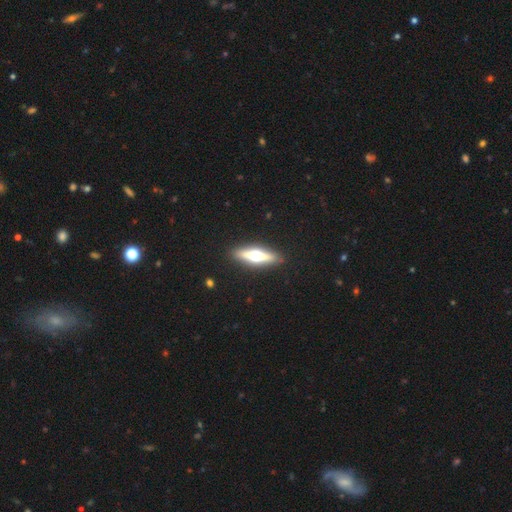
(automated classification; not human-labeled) The model was most divided on "smooth or featured": featured or disk: 63%, smooth: 31%, star or artifact: 6%. More confident: edge-on bulge — rounded (95%); edge-on disk — yes (93%); merging — none (90%).